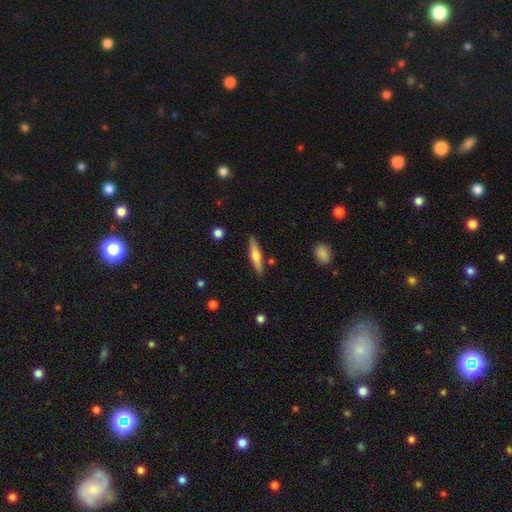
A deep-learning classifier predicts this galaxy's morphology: The model was most divided on "smooth or featured": featured or disk: 48%, smooth: 46%, star or artifact: 6%. More confident: merging — none (86%).